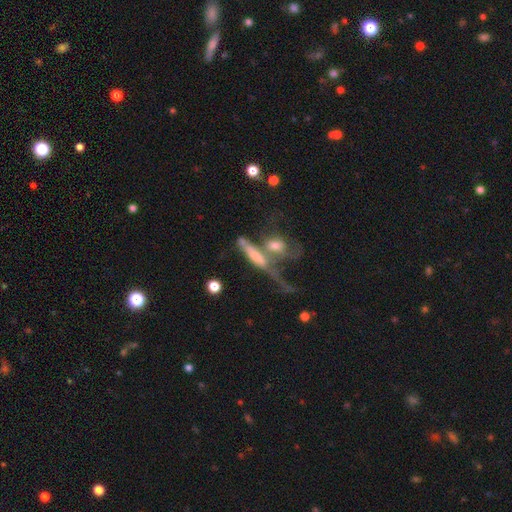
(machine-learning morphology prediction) This is possibly a featured or disk galaxy (53%). It is possibly viewed edge-on (57%). Merging: possibly merger (52%).